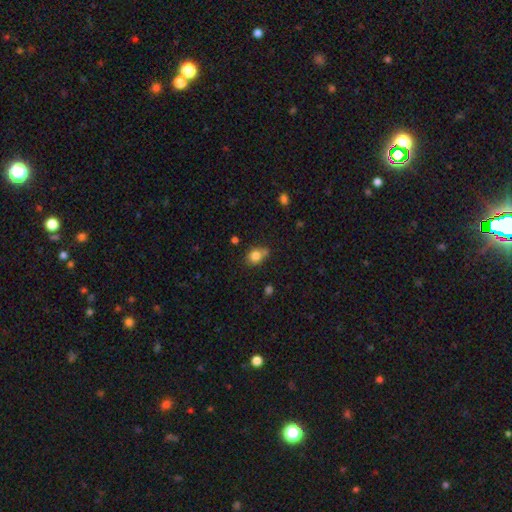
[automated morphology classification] smooth_or_featured: smooth (p=0.81) [alt: star or artifact p=0.11]
how_rounded: round (p=0.55) [alt: in between p=0.44]
merging: none (p=0.58) [alt: minor disturbance p=0.22]